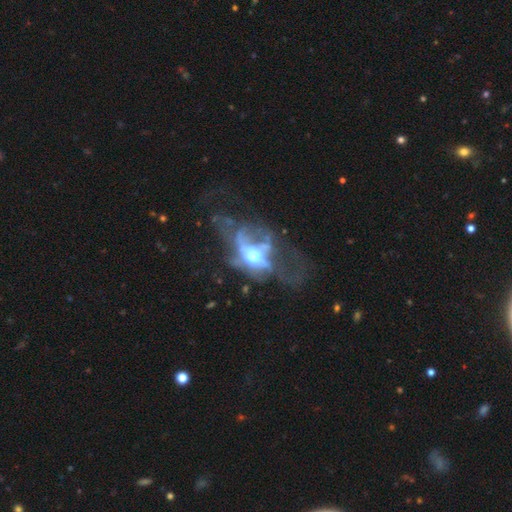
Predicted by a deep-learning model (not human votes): Smooth or featured?
  - featured or disk: 73% *
  - smooth: 14%
  - star or artifact: 13%
Edge-on disk?
  - no: 85% *
  - yes: 15%
Bar?
  - no: 68% *
  - weak: 18%
  - strong: 14%
Spiral arms?
  - no: 65% *
  - yes: 35%
Bulge size?
  - moderate: 55% *
  - large: 33%
  - small: 6%
  - dominant: 5%
  - none: 2%
Merging?
  - major disturbance: 57% *
  - none: 20%
  - minor disturbance: 12%
  - merger: 11%